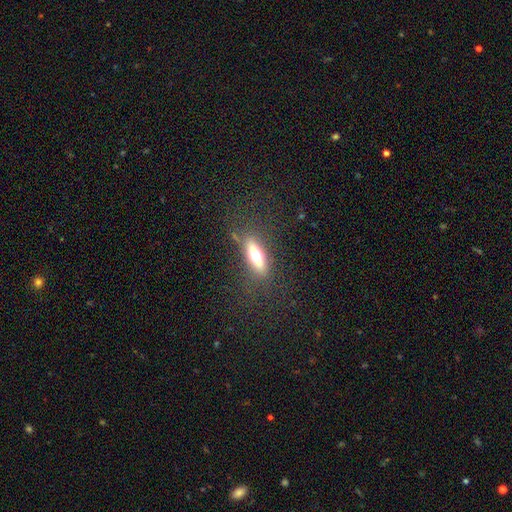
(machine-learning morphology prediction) Smooth or featured: smooth — 58% (featured or disk — 34%)
How rounded: cigar-shaped — 49% (in between — 48%)
Merging: none — 79% (minor disturbance — 13%)